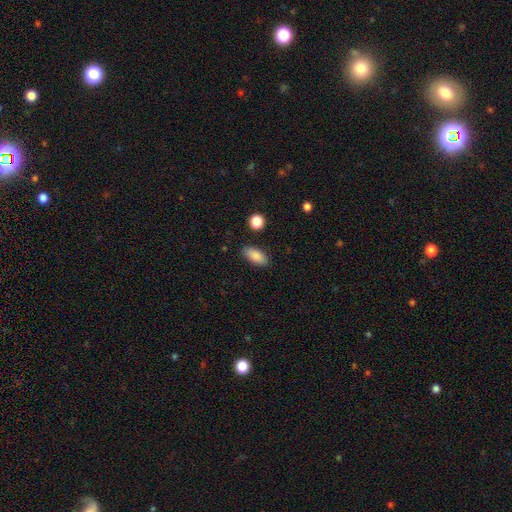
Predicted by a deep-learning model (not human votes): Morphology: type=smooth (86%); roundness=in between (87%); merging=none (86%).